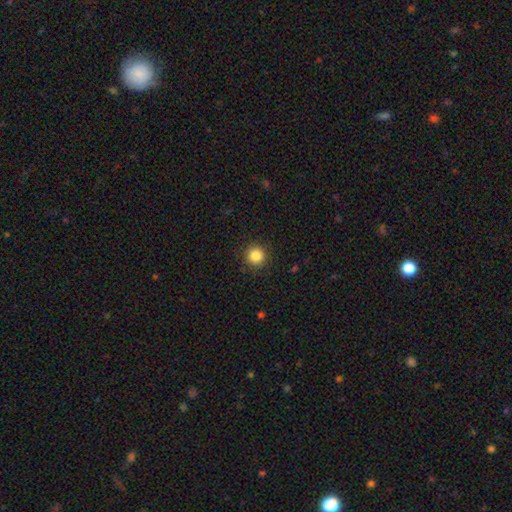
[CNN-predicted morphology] A smooth galaxy with no disk features (85%) that is round (95%). Merging: none (91%).